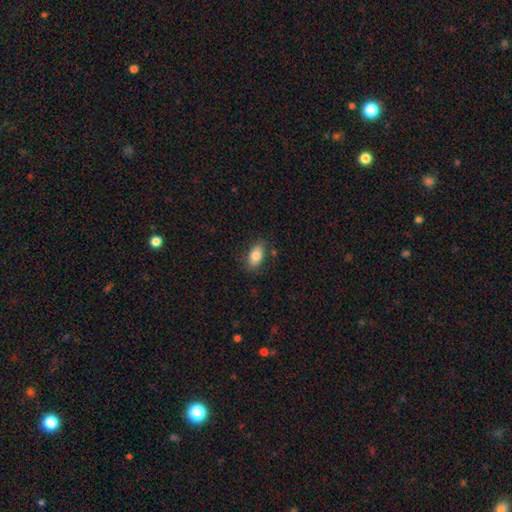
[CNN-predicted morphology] The model was most divided on "merging": none: 79%, minor disturbance: 15%, major disturbance: 4%, merger: 2%. More confident: how rounded — in between (90%); smooth or featured — smooth (80%).